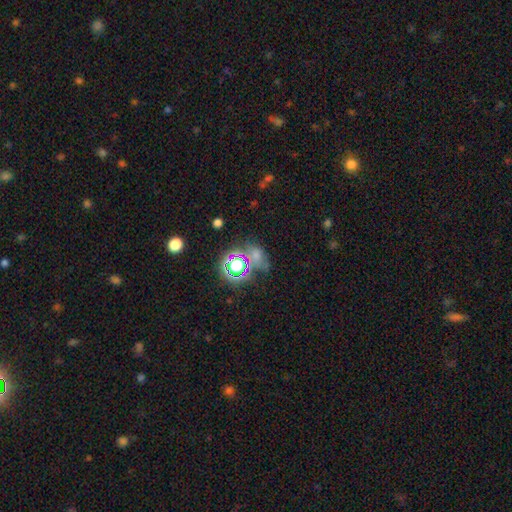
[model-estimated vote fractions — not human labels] The model was most divided on "smooth or featured": star or artifact: 62%, smooth: 27%, featured or disk: 11%.